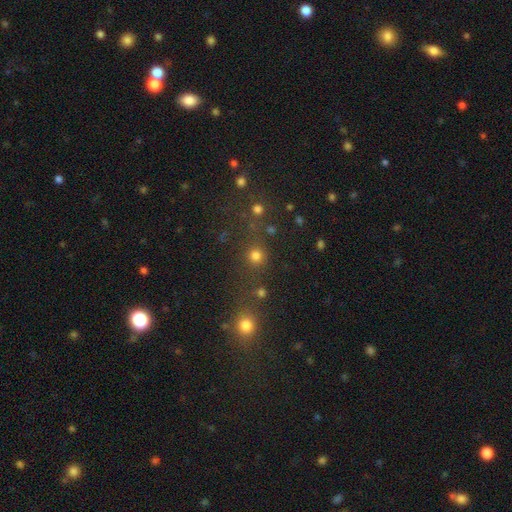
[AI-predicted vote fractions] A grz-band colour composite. It shows a smooth galaxy with no disk features (77%) that is round (92%). Merging: none (74%).